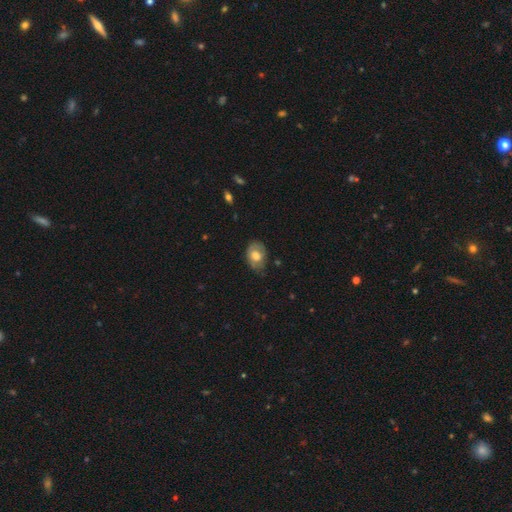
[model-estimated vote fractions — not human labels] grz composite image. It shows a smooth galaxy with no disk features (59%) that is in between round and cigar-shaped (73%). Merging: none (52%).